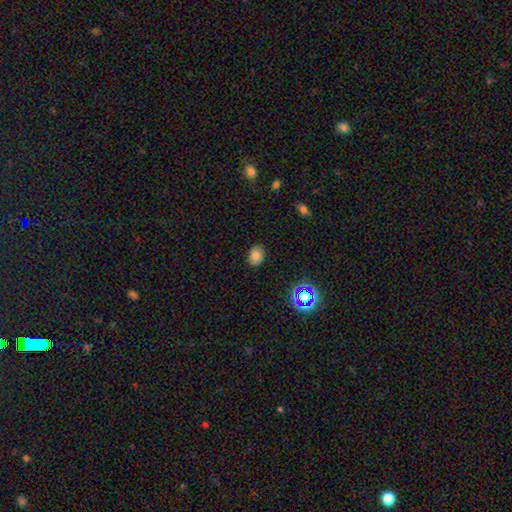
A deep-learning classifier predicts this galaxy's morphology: smooth 78%, star or artifact 14%, featured or disk 8%. Down the decision tree: how rounded — in between (64%); merging — none (87%).